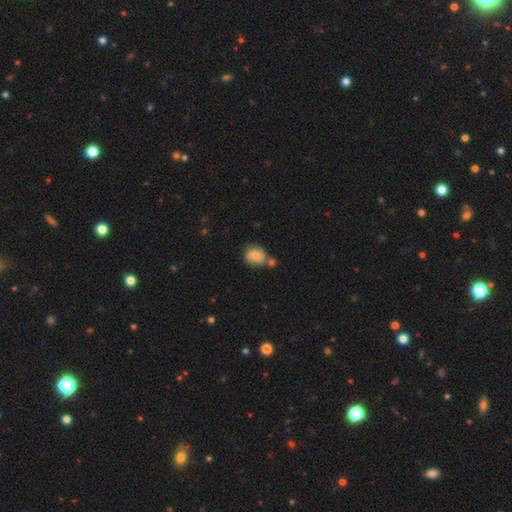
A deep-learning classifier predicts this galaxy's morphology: type=featured or disk (50%); edge-on=no (97%); merging=none (50%).